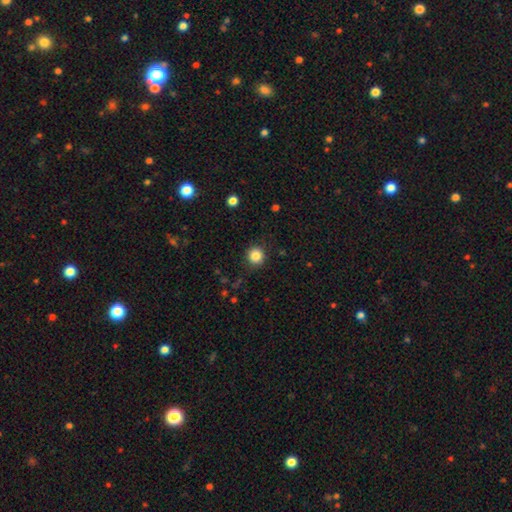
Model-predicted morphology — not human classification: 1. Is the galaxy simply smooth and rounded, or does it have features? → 85% smooth, 11% star or artifact, 4% featured or disk.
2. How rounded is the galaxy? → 93% round, 6% in between, 1% cigar-shaped.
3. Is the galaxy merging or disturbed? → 88% none, 8% minor disturbance, 3% major disturbance, 1% merger.